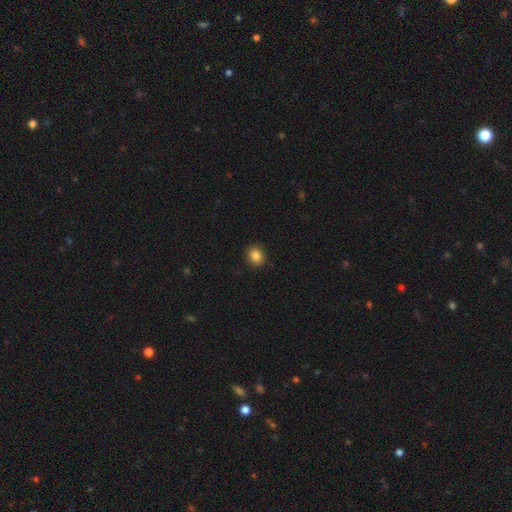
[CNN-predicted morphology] smooth_or_featured: smooth (p=0.86) [alt: star or artifact p=0.10]
how_rounded: round (p=0.68) [alt: in between p=0.31]
merging: none (p=0.90) [alt: minor disturbance p=0.07]